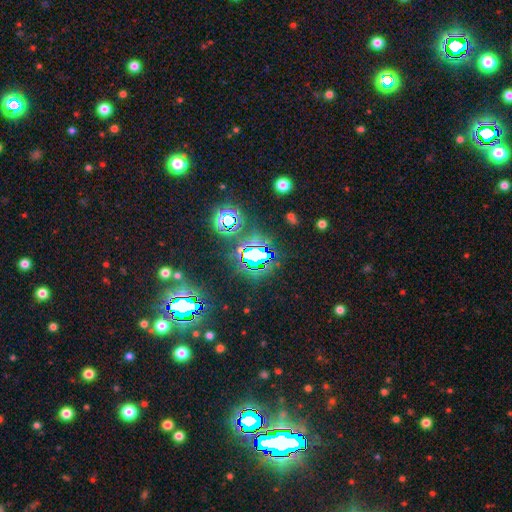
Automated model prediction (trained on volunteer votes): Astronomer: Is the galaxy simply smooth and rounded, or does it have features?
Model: star or artifact — 80%.